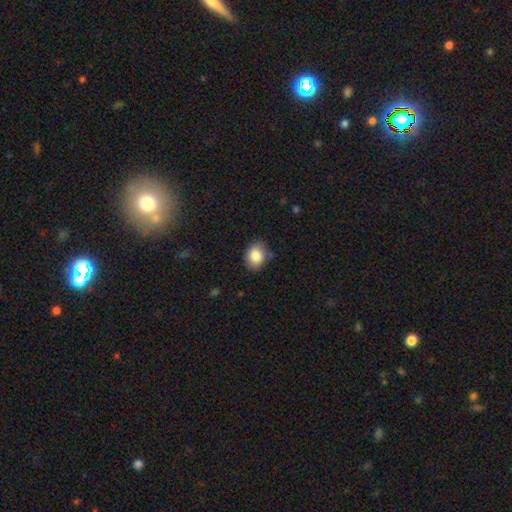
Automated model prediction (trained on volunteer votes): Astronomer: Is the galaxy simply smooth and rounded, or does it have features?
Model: smooth — 86%.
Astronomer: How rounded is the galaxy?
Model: in between — 58% (runner-up: round, 41%).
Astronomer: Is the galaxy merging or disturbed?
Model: none — 80%.